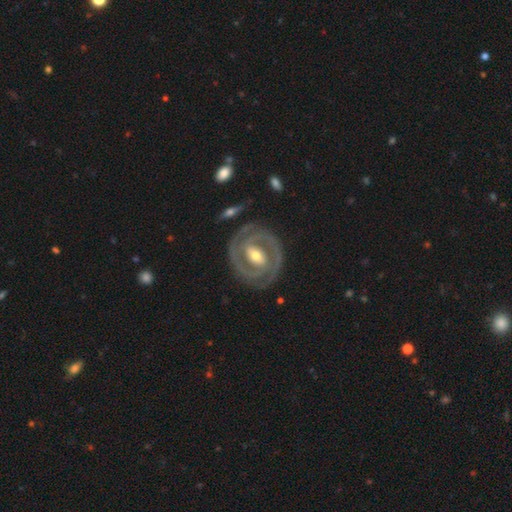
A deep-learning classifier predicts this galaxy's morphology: smooth_or_featured: featured or disk (p=0.89) [alt: smooth p=0.07]
disk_edge_on: no (p=0.97) [alt: yes p=0.03]
bar: strong (p=0.45) [alt: weak p=0.36]
has_spiral_arms: yes (p=0.93) [alt: no p=0.07]
spiral_winding: tight (p=0.73) [alt: medium p=0.23]
spiral_arm_count: 2 (p=0.82) [alt: can't tell p=0.07]
bulge_size: moderate (p=0.62) [alt: small p=0.31]
merging: none (p=0.82) [alt: minor disturbance p=0.12]